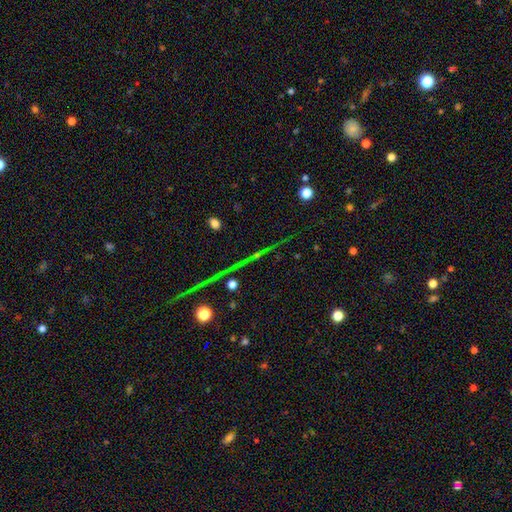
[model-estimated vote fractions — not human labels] This appears to be a star or artifact, not a galaxy (60%).